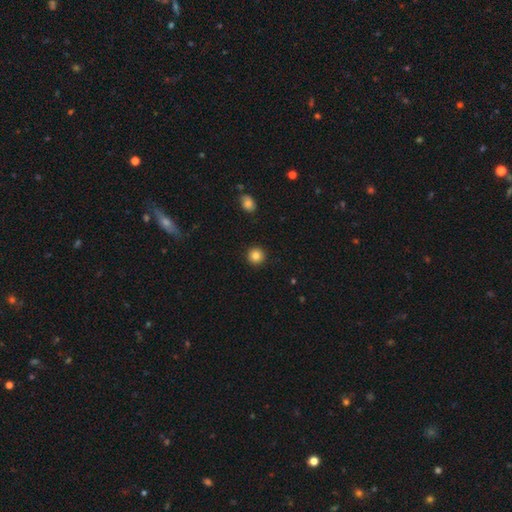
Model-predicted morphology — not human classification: The model was most divided on "smooth or featured": smooth: 85%, star or artifact: 10%, featured or disk: 5%. More confident: how rounded — round (95%); merging — none (93%).